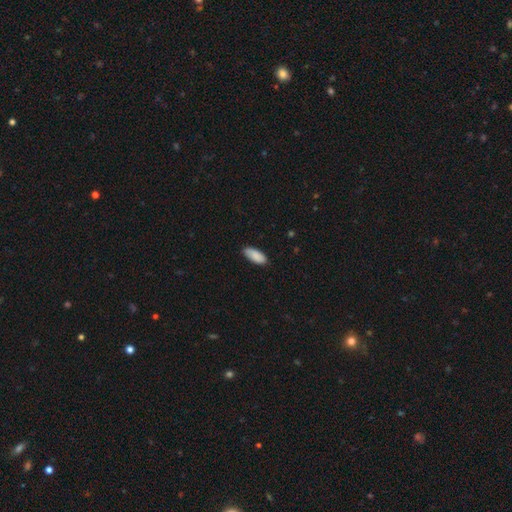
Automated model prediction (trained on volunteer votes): Smooth or featured? smooth (89%)
How rounded? in between (86%)
Merging? none (83%)